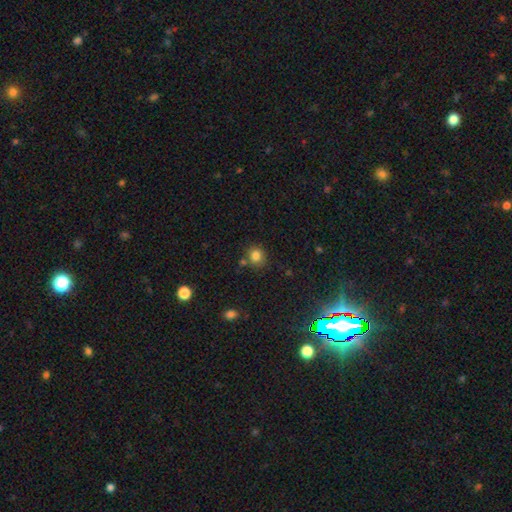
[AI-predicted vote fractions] smooth_or_featured: smooth (p=0.81) [alt: star or artifact p=0.13]
how_rounded: round (p=0.84) [alt: in between p=0.16]
merging: none (p=0.74) [alt: merger p=0.11]